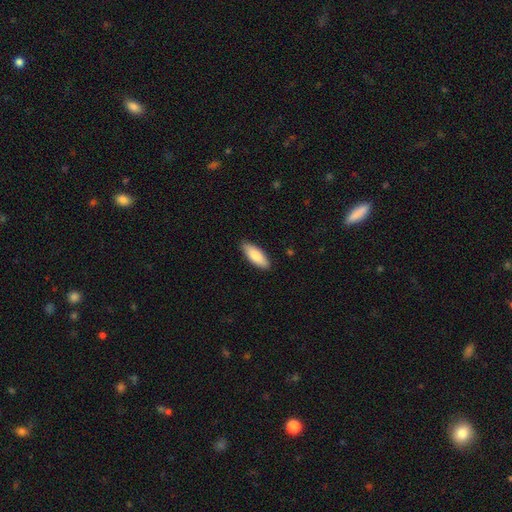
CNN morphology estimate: The model was most divided on "how rounded": in between: 71%, cigar-shaped: 27%, round: 2%. More confident: merging — none (88%); smooth or featured — smooth (83%).